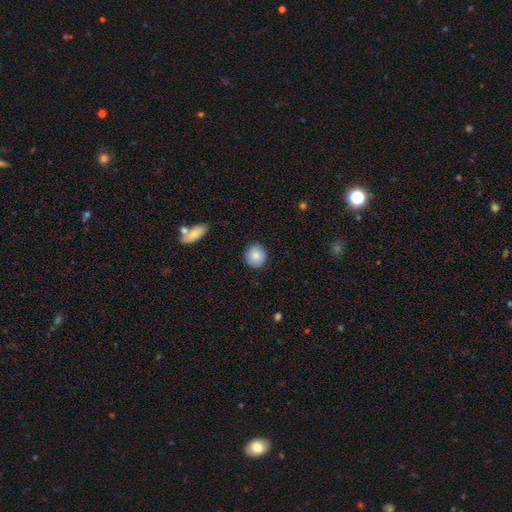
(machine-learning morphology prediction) smooth 87%, star or artifact 7%, featured or disk 6%. Down the decision tree: how rounded — round (87%); merging — none (90%).